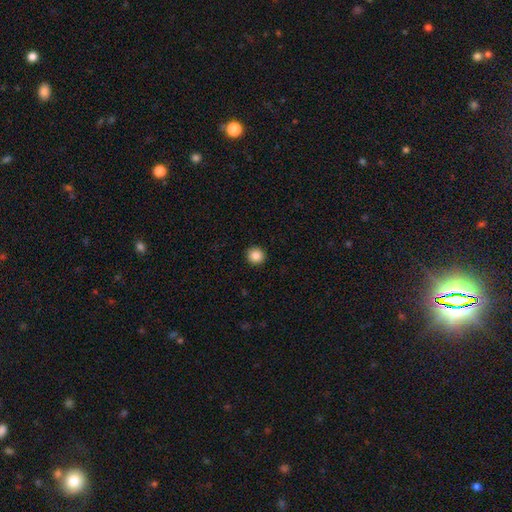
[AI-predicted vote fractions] smooth-or-featured: smooth: 86% | star or artifact: 10% | featured or disk: 5%
  how-rounded: round: 94% | in between: 5% | cigar-shaped: 1%
  merging: none: 93% | minor disturbance: 4% | major disturbance: 1% | merger: 1%